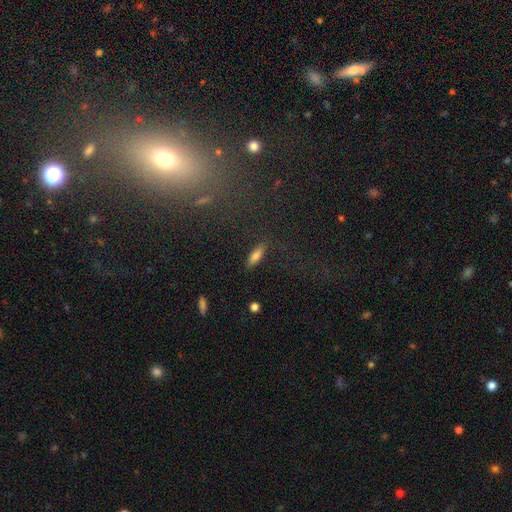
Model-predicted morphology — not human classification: This is likely a smooth galaxy (77%). How rounded: possibly in between (54%). Merging: clearly none (86%).